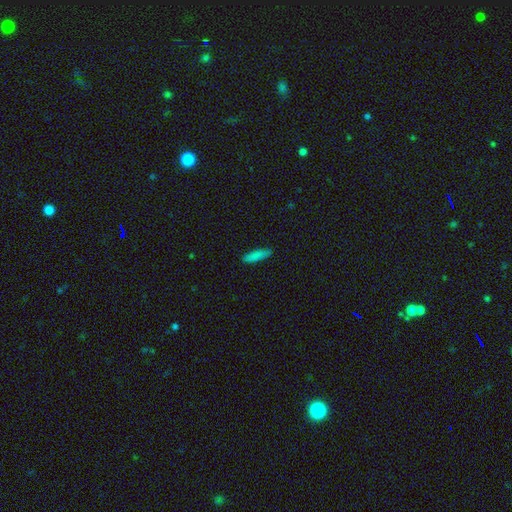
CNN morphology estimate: Smooth or featured? Predicted: smooth (p=0.85). How rounded? Predicted: cigar-shaped (p=0.70). Merging? Predicted: none (p=0.88).